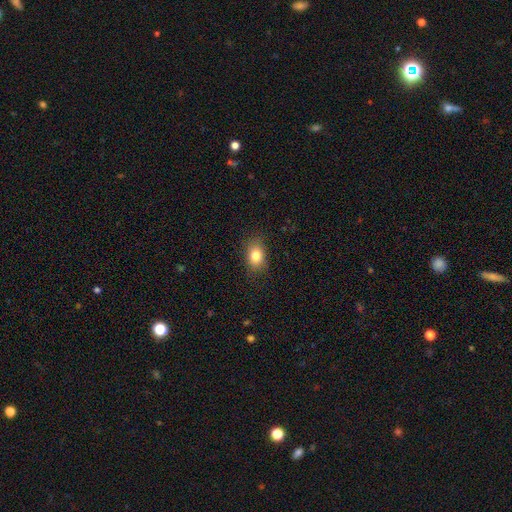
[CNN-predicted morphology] A smooth galaxy with no disk features (82%) that is in between round and cigar-shaped (76%). Merging: none (83%).